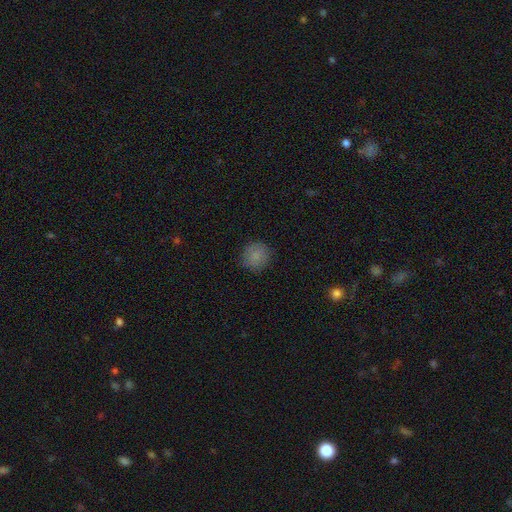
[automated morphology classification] Smooth or featured: smooth — 84% (star or artifact — 10%)
How rounded: round — 91% (in between — 8%)
Merging: none — 85% (minor disturbance — 11%)